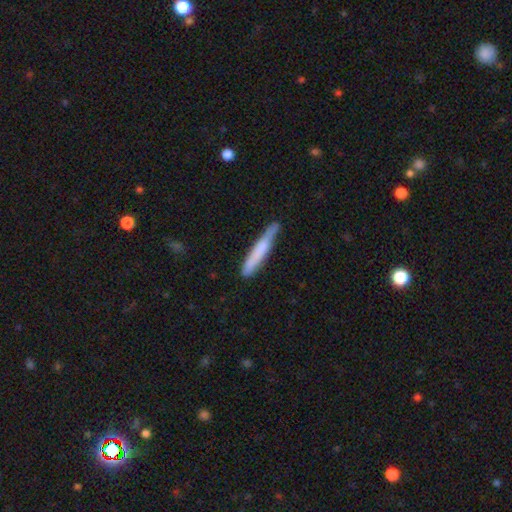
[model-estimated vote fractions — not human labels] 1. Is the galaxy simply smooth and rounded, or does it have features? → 67% smooth, 27% featured or disk, 5% star or artifact.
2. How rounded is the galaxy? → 94% cigar-shaped, 4% in between, 1% round.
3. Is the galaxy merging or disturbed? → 77% none, 18% minor disturbance, 3% major disturbance, 2% merger.